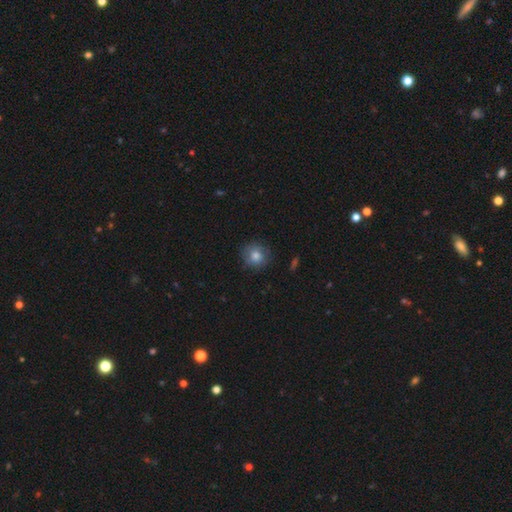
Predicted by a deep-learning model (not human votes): This appears to be a smooth galaxy with no disk features (79%) that is round (90%). Merging: none (80%).